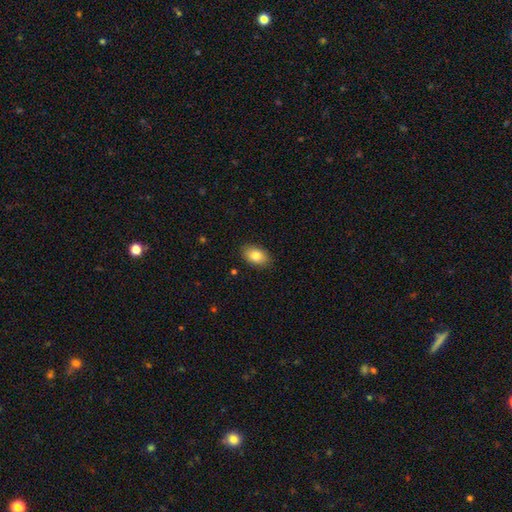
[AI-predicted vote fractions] A smooth galaxy with no disk features (82%) that is in between round and cigar-shaped (87%). Merging: none (86%).